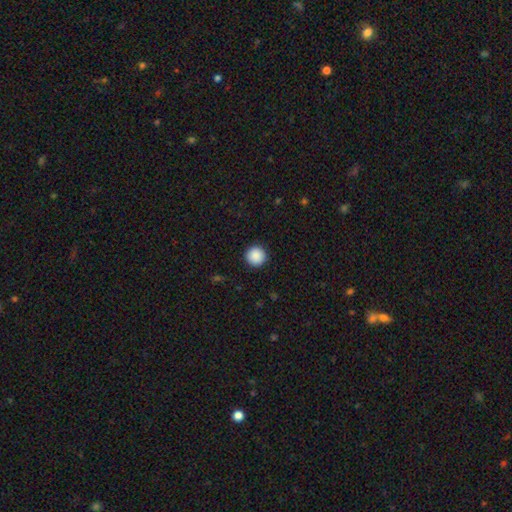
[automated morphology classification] smooth-or-featured: smooth: 89% | star or artifact: 8% | featured or disk: 3%
  how-rounded: round: 96% | in between: 3% | cigar-shaped: 1%
  merging: none: 93% | minor disturbance: 5% | major disturbance: 2% | merger: 1%